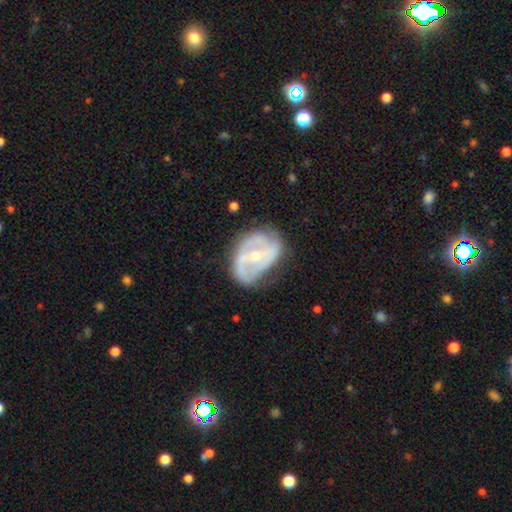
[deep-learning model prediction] smooth_or_featured: featured or disk (p=0.77) [alt: smooth p=0.17]
disk_edge_on: no (p=0.96) [alt: yes p=0.04]
bar: no (p=0.46) [alt: weak p=0.33]
has_spiral_arms: yes (p=0.76) [alt: no p=0.24]
spiral_winding: medium (p=0.41) [alt: tight p=0.36]
spiral_arm_count: 2 (p=0.52) [alt: can't tell p=0.25]
bulge_size: small (p=0.55) [alt: moderate p=0.42]
merging: none (p=0.52) [alt: minor disturbance p=0.30]